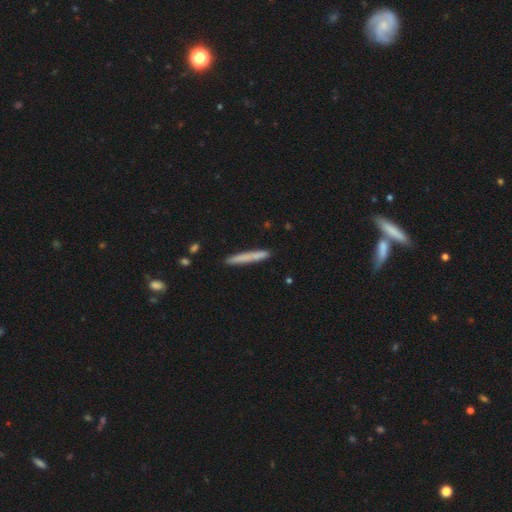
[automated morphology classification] This is likely a smooth galaxy (71%). How rounded: clearly cigar-shaped (96%). Merging: clearly none (89%).